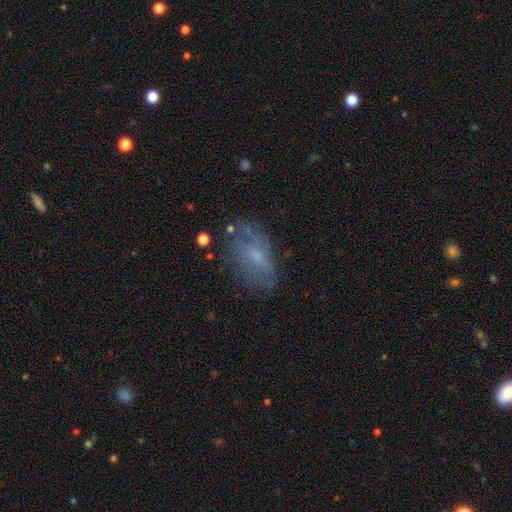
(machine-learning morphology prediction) This is marginally a featured or disk galaxy (44%, tied with smooth). Merging: likely none (62%).